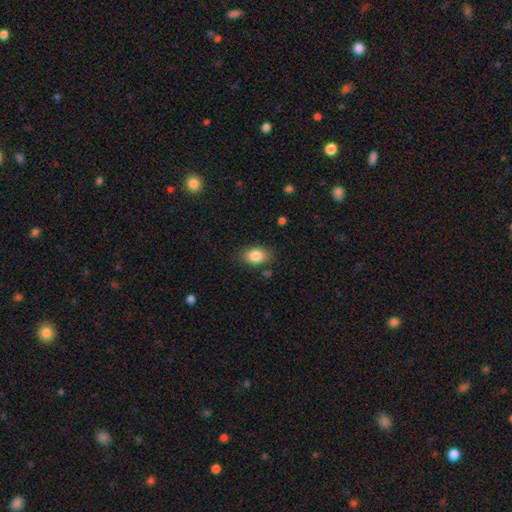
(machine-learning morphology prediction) Overall: smooth (85%). How rounded: in between (79%). Merging: none (81%).